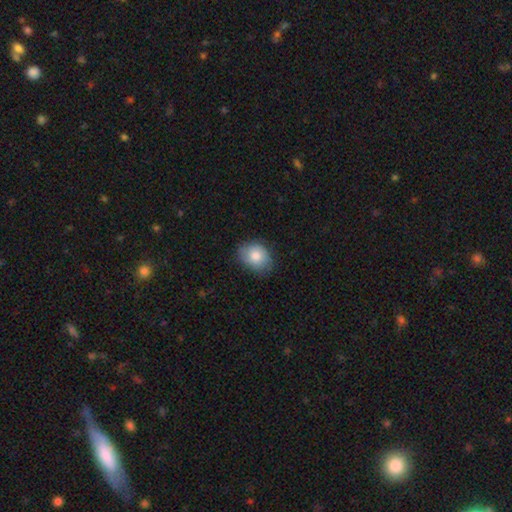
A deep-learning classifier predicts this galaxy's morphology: Q: Smooth or featured?
A: smooth (80%); runner-up: featured or disk (13%)
Q: How rounded?
A: in between (53%); runner-up: round (46%)
Q: Merging?
A: none (74%); runner-up: minor disturbance (20%)